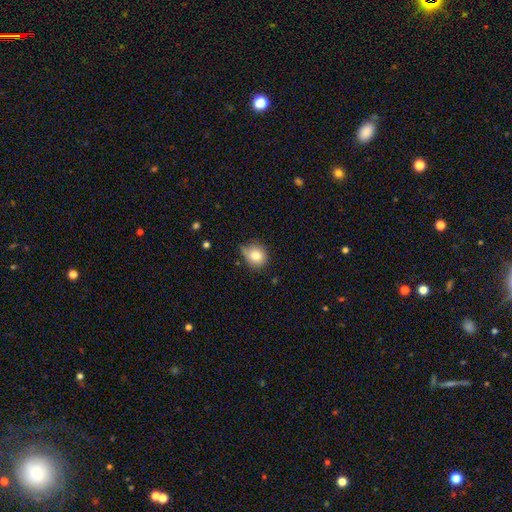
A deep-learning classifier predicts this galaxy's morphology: Overall: smooth (81%). How rounded: round (77%). Merging: none (60%; minor disturbance 31%).